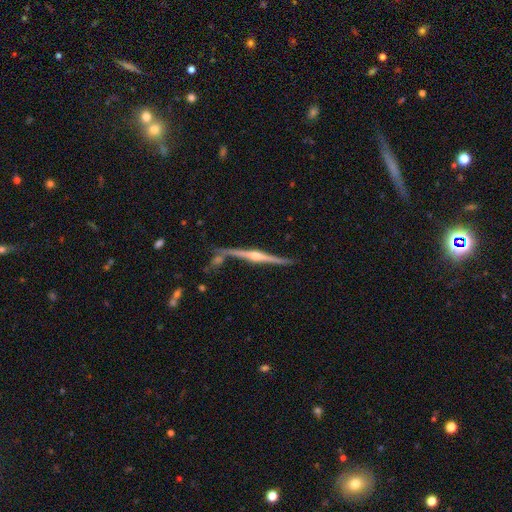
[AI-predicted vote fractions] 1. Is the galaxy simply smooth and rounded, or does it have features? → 89% featured or disk, 6% smooth, 5% star or artifact.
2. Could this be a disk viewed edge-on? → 98% yes, 2% no.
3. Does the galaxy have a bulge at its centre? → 91% rounded, 5% boxy, 4% none.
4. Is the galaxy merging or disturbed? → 79% none, 11% minor disturbance, 7% merger, 3% major disturbance.